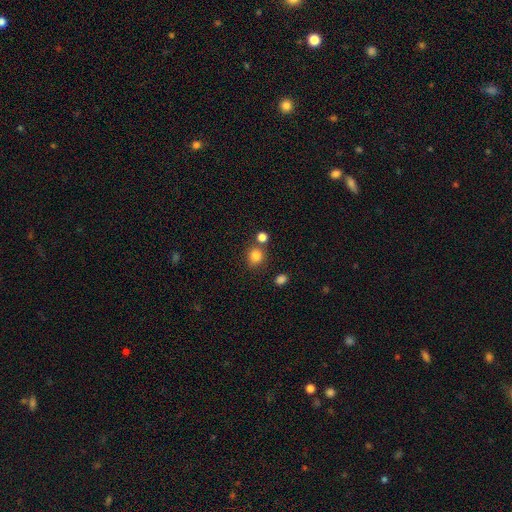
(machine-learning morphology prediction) A smooth galaxy with no disk features (83%) that is round (85%).

Vote fractions:
- Smooth or featured? smooth: 83% / star or artifact: 12% / featured or disk: 5%
- How rounded? round: 85% / in between: 14% / cigar-shaped: 1%
- Merging? none: 73% / merger: 15% / minor disturbance: 10% / major disturbance: 3%